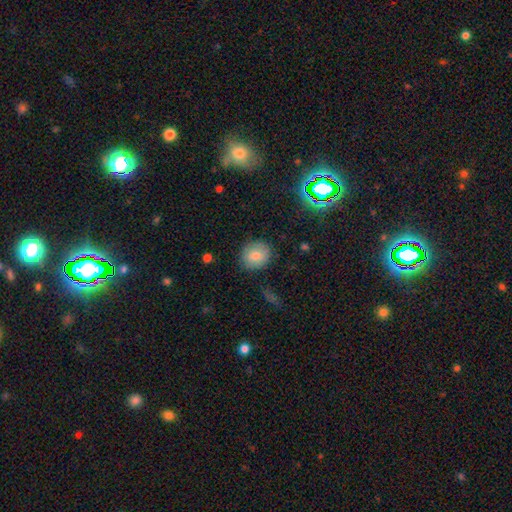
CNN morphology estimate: Overall: smooth (78%). How rounded: round (78%). Merging: none (87%).